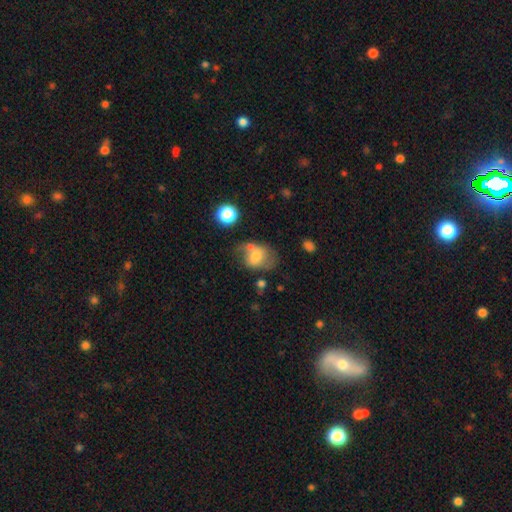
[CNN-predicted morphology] This appears to be a smooth galaxy with no disk features (55%) that is in between round and cigar-shaped (65%). Merging: none (36%).